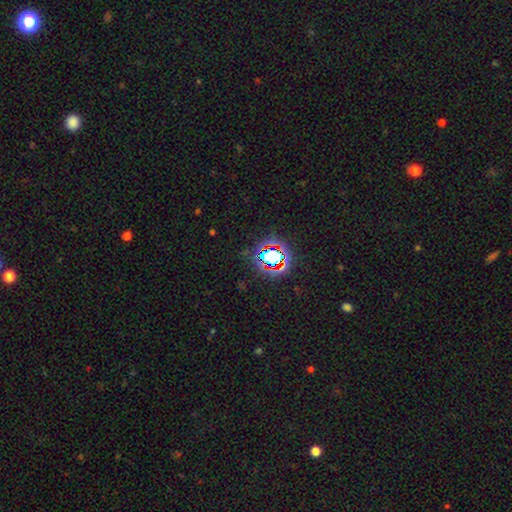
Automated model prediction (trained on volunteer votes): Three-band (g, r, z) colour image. It shows a star or artifact, not a galaxy (78%).